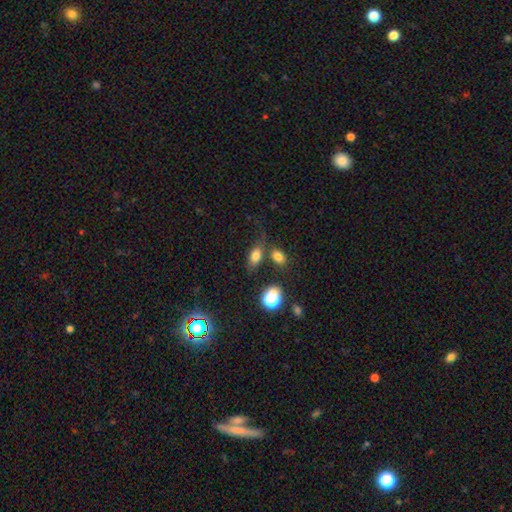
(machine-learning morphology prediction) Smooth or featured? smooth (76%)
How rounded? in between (83%)
Merging? none (55%)